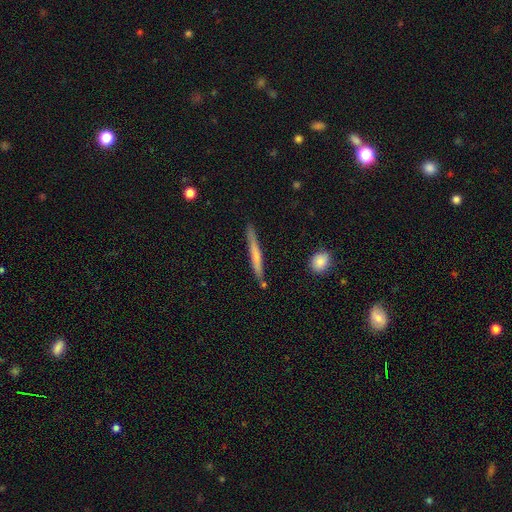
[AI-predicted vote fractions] This appears to be a smooth galaxy with no disk features (56%) that is cigar-shaped (96%). Merging: none (83%).